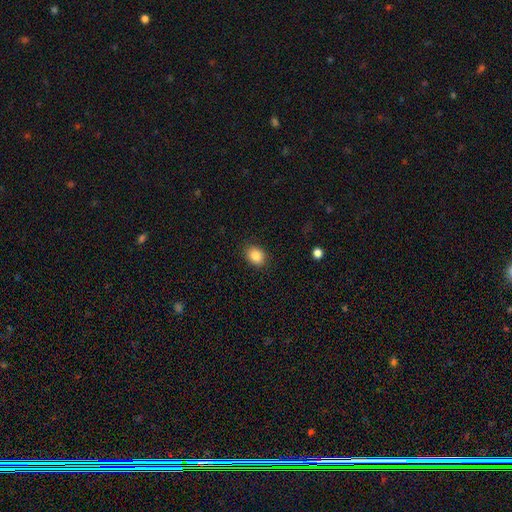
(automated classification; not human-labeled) Morphology: type=smooth (86%); roundness=in between (59%); merging=none (89%).